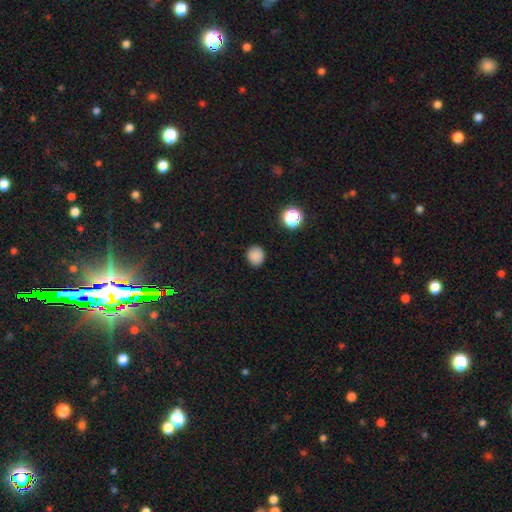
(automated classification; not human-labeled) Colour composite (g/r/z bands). It shows a smooth galaxy with no disk features (83%) that is round (86%). Merging: none (89%).